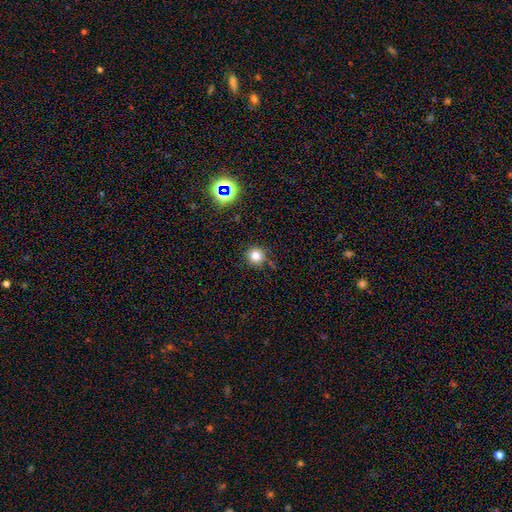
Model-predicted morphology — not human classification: Smooth or featured? smooth (79%)
How rounded? round (93%)
Merging? none (83%)